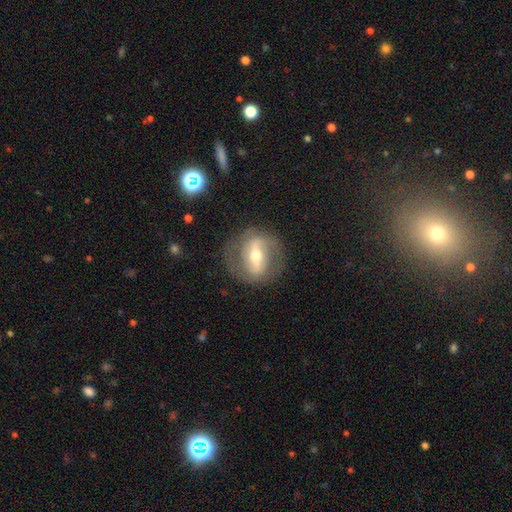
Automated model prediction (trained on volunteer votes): Smooth or featured: featured or disk — 74% (smooth — 19%)
Edge-on disk: no — 90% (yes — 10%)
Bar: strong — 63% (weak — 26%)
Spiral arms: yes — 67% (no — 33%)
Bulge size: moderate — 62% (small — 31%)
Merging: none — 78% (minor disturbance — 13%)